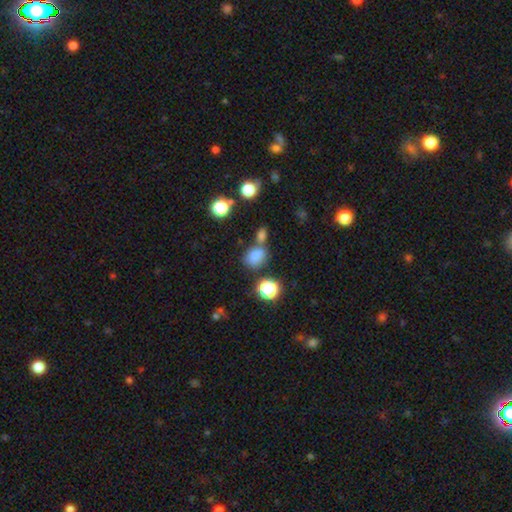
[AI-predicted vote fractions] A smooth galaxy with no disk features (76%) that is in between round and cigar-shaped (55%).

Vote fractions:
- Smooth or featured? smooth: 76% / star or artifact: 16% / featured or disk: 7%
- How rounded? in between: 55% / round: 44% / cigar-shaped: 1%
- Merging? none: 48% / merger: 31% / minor disturbance: 14% / major disturbance: 6%